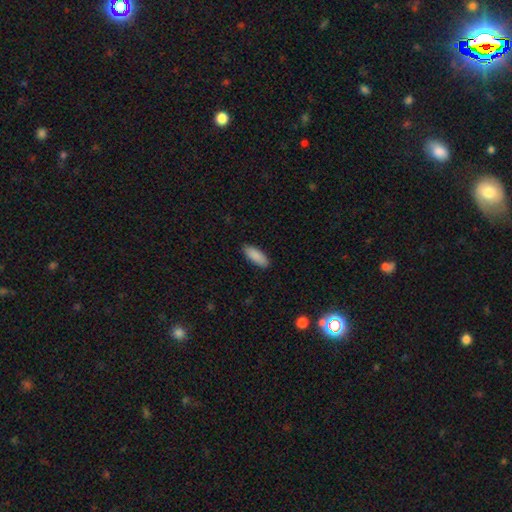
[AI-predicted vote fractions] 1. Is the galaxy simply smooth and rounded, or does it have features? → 89% smooth, 6% star or artifact, 5% featured or disk.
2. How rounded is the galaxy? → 74% in between, 24% cigar-shaped, 2% round.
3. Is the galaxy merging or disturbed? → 88% none, 9% minor disturbance, 2% major disturbance, 1% merger.